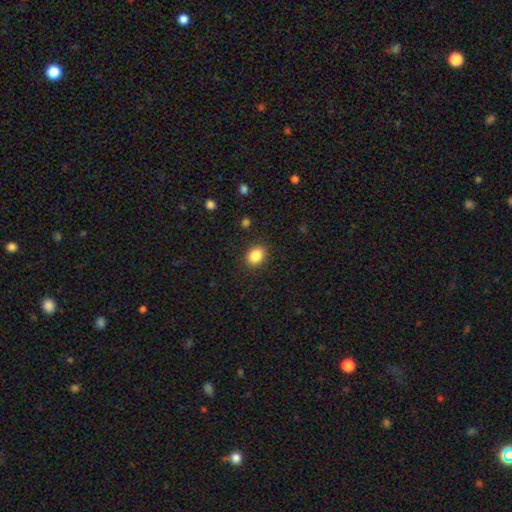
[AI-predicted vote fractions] Overall: smooth (87%). How rounded: in between (57%; round 42%). Merging: none (88%).